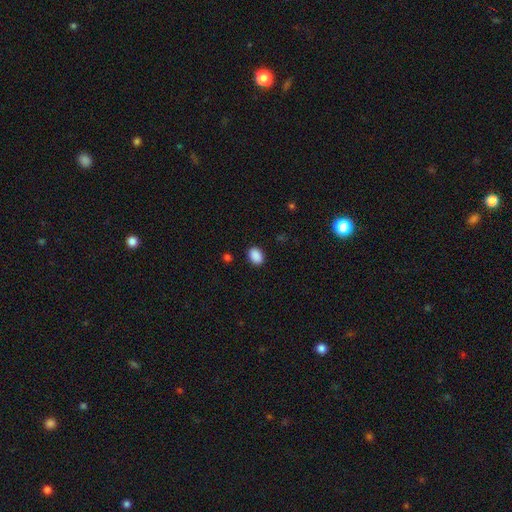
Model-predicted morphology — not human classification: A smooth galaxy with no disk features (89%) that is in between round and cigar-shaped (74%). Merging: none (89%).